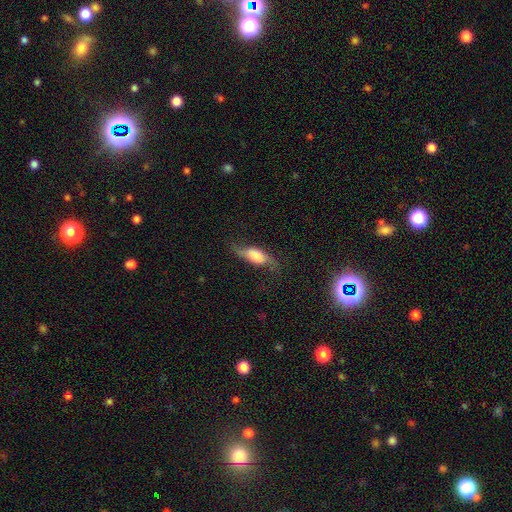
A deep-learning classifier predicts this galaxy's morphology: Smooth or featured: featured or disk — 55% (smooth — 37%)
Edge-on disk: no — 69% (yes — 31%)
Merging: none — 60% (minor disturbance — 23%)